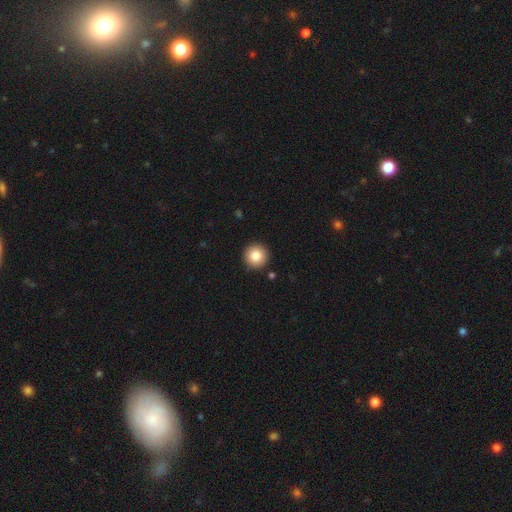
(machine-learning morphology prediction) type=smooth (84%); roundness=round (96%); merging=none (91%).